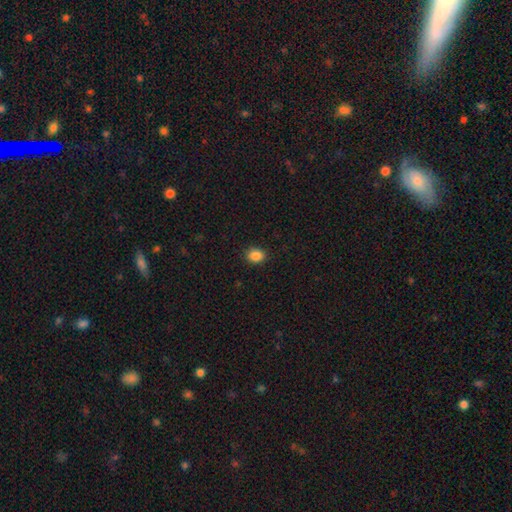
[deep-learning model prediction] Smooth or featured: smooth — 87% (star or artifact — 10%)
How rounded: in between — 53% (round — 46%)
Merging: none — 89% (minor disturbance — 8%)